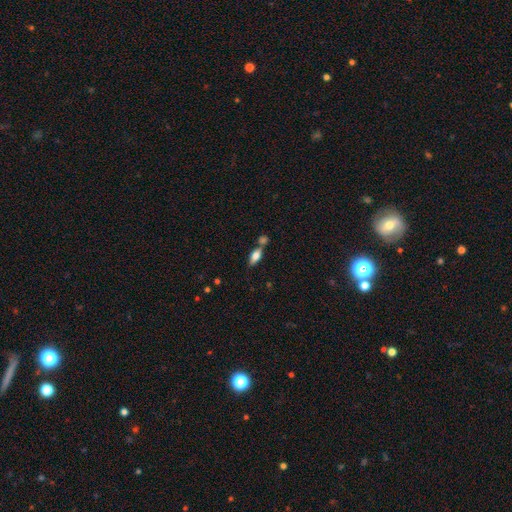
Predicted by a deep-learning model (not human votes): Smooth or featured? smooth (68%)
How rounded? in between (77%)
Merging? none (57%)